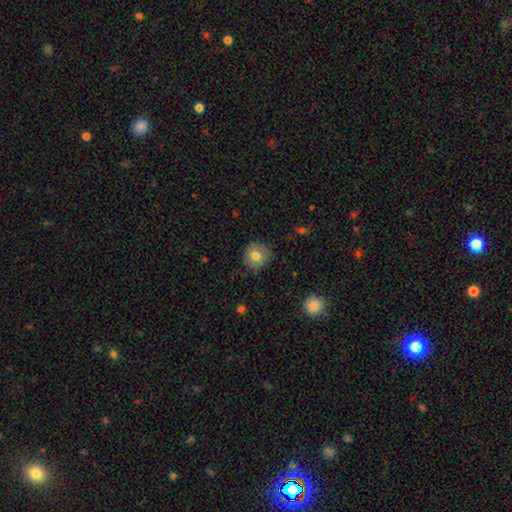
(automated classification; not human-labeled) Smooth or featured: smooth — 77% (featured or disk — 14%)
How rounded: round — 92% (in between — 7%)
Merging: none — 85% (minor disturbance — 12%)